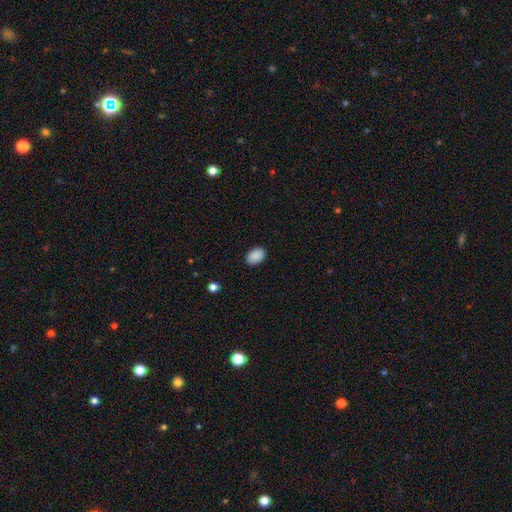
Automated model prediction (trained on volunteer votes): Smooth or featured?
  - smooth: 90% *
  - star or artifact: 8%
  - featured or disk: 2%
How rounded?
  - in between: 82% *
  - round: 17%
  - cigar-shaped: 1%
Merging?
  - none: 89% *
  - minor disturbance: 8%
  - major disturbance: 2%
  - merger: 1%